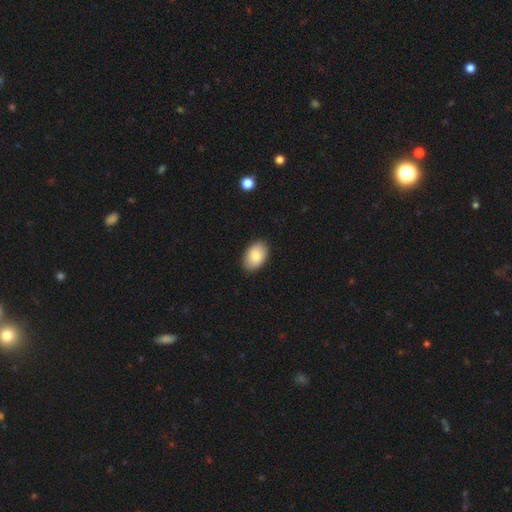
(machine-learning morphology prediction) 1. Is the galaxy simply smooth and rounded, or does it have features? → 84% smooth, 9% featured or disk, 6% star or artifact.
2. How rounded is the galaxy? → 90% in between, 9% round, 1% cigar-shaped.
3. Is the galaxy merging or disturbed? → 88% none, 9% minor disturbance, 2% major disturbance, 1% merger.